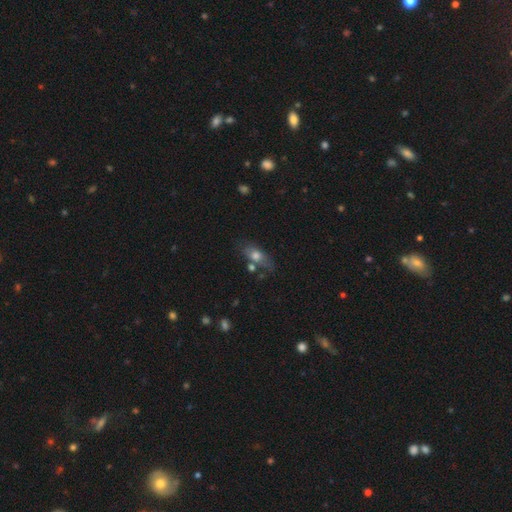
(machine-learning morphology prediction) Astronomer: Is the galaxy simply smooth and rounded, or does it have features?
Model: smooth — 63%.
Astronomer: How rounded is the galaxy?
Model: in between — 74%.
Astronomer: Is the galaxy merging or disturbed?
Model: none — 58%.